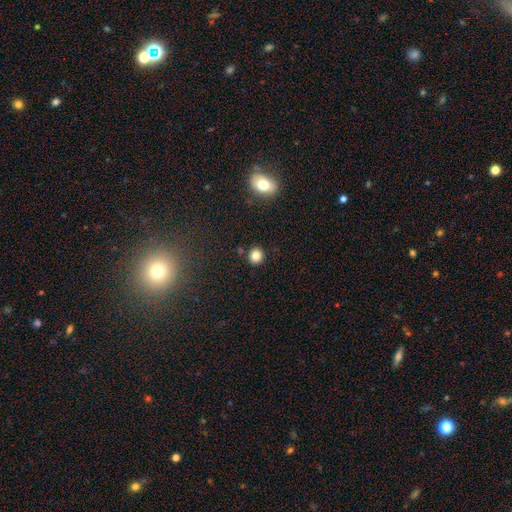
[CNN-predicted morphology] Q: Smooth or featured?
A: smooth (82%); runner-up: star or artifact (12%)
Q: How rounded?
A: round (89%); runner-up: in between (10%)
Q: Merging?
A: none (88%); runner-up: minor disturbance (6%)